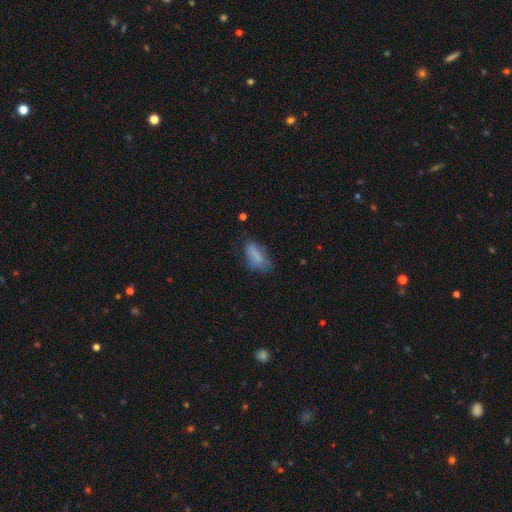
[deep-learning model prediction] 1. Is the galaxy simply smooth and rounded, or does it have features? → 77% smooth, 13% featured or disk, 10% star or artifact.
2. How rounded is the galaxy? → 79% in between, 18% cigar-shaped, 3% round.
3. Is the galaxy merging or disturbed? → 54% none, 30% minor disturbance, 14% major disturbance, 3% merger.